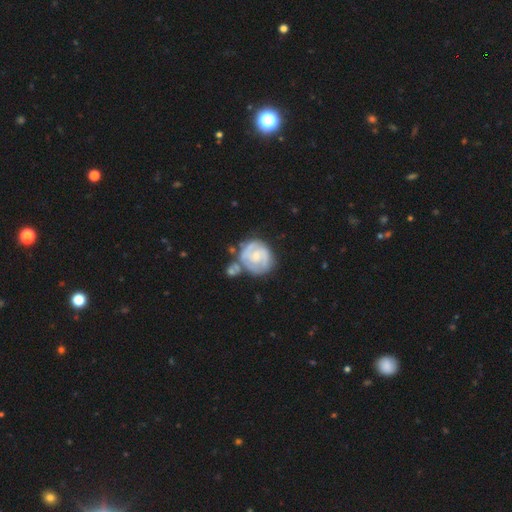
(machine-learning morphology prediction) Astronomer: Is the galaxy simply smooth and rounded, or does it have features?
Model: featured or disk — 72%.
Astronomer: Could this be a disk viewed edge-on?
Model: no — 98%.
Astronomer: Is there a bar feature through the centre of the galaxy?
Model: no — 64%.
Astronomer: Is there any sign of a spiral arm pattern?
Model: yes — 84%.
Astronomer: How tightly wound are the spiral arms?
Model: tight — 58%.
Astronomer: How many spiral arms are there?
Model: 2 — 46% (runner-up: can't tell, 30%).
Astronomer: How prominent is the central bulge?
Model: small — 47% (runner-up: moderate, 43%).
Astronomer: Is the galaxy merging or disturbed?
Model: none — 46% (runner-up: minor disturbance, 22%).